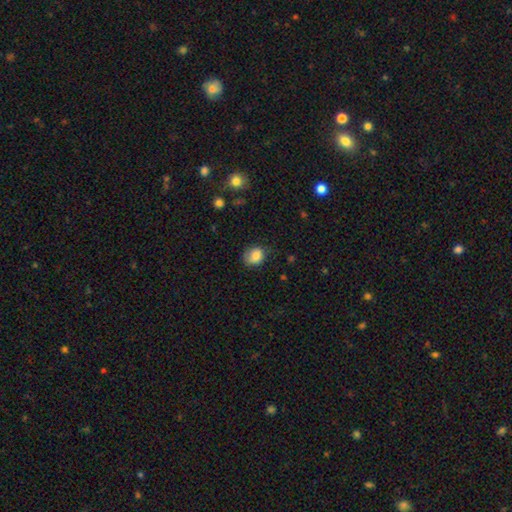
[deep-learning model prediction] This appears to be a smooth galaxy with no disk features (84%) that is round (57%). Merging: none (67%).